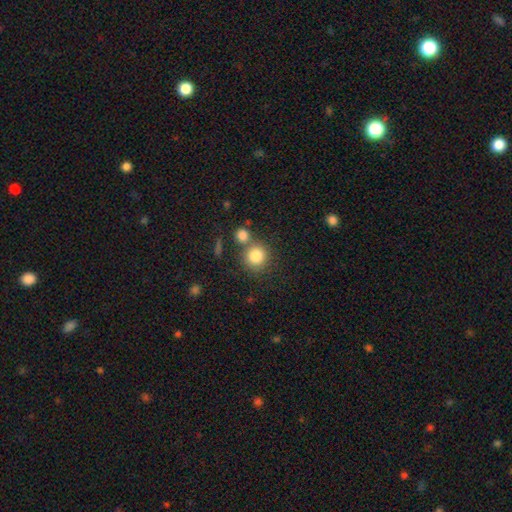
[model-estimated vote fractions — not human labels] Smooth or featured: smooth — 83% (star or artifact — 10%)
How rounded: round — 88% (in between — 11%)
Merging: none — 62% (merger — 25%)